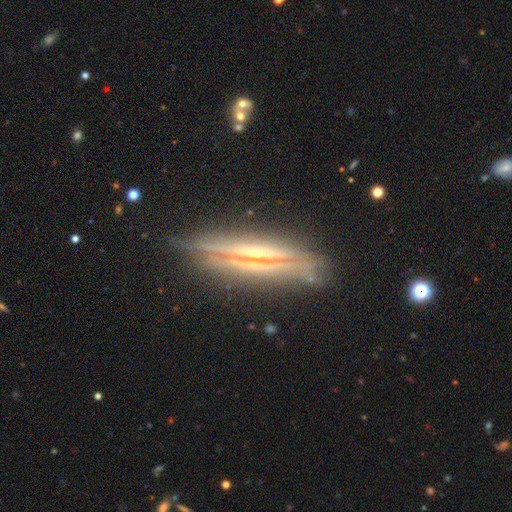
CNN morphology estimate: A featured or disk galaxy (79%) viewed edge-on (93%) with a rounded central bulge (55%).

Vote fractions:
- Smooth or featured? featured or disk: 79% / smooth: 12% / star or artifact: 9%
- Edge-on disk? yes: 93% / no: 7%
- Edge-on bulge? rounded: 55% / none: 33% / boxy: 11%
- Merging? none: 81% / minor disturbance: 13% / major disturbance: 4% / merger: 2%